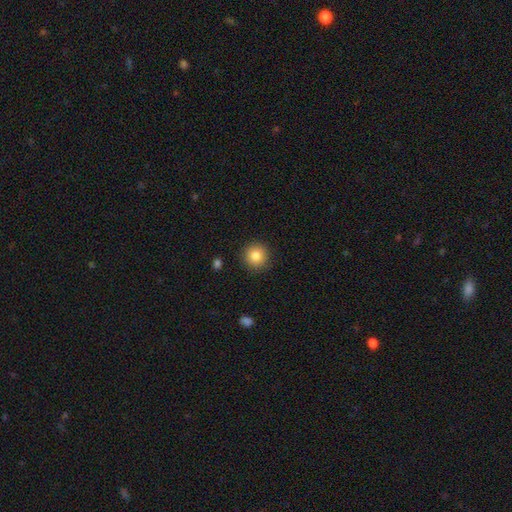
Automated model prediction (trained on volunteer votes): The model was most divided on "smooth or featured": smooth: 84%, star or artifact: 10%, featured or disk: 7%. More confident: how rounded — round (94%); merging — none (91%).